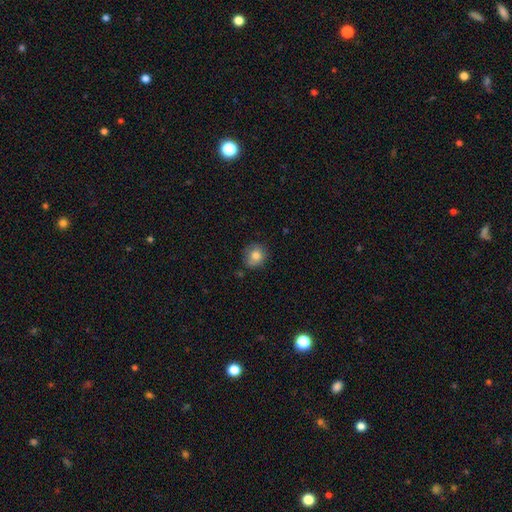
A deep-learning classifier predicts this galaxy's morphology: Q: Smooth or featured?
A: smooth (81%); runner-up: star or artifact (10%)
Q: How rounded?
A: round (86%); runner-up: in between (13%)
Q: Merging?
A: none (76%); runner-up: minor disturbance (18%)